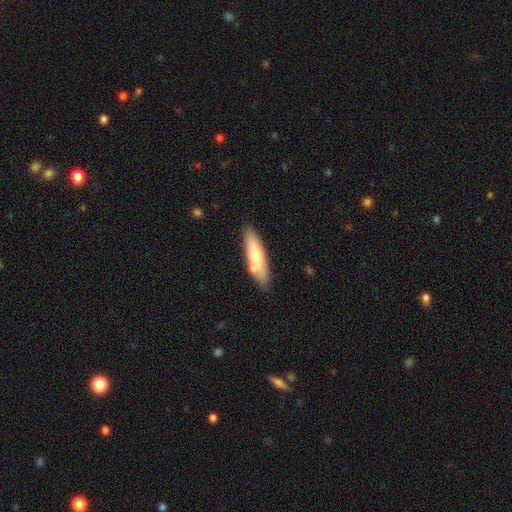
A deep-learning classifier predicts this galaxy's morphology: A smooth galaxy with no disk features (65%) that is cigar-shaped (60%). Merging: none (74%).